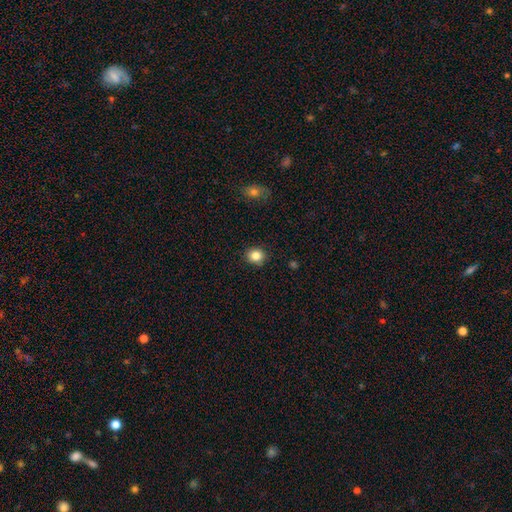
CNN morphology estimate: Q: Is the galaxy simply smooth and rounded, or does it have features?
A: smooth — 83%.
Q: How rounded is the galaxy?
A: round — 83%.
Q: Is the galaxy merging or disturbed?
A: none — 90%.